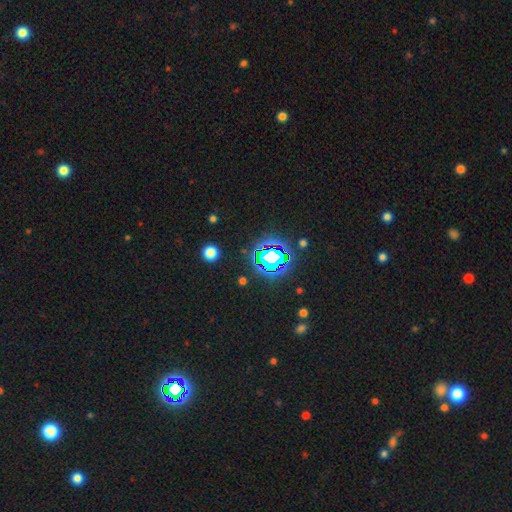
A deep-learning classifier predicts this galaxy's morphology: This is clearly a star or artifact rather than a galaxy (83%).